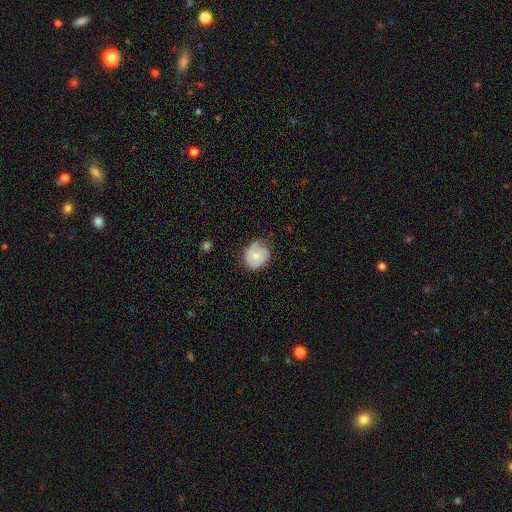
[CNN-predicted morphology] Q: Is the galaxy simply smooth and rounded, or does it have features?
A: smooth — 51%.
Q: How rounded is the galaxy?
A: round — 71%.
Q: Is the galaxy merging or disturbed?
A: none — 62%.